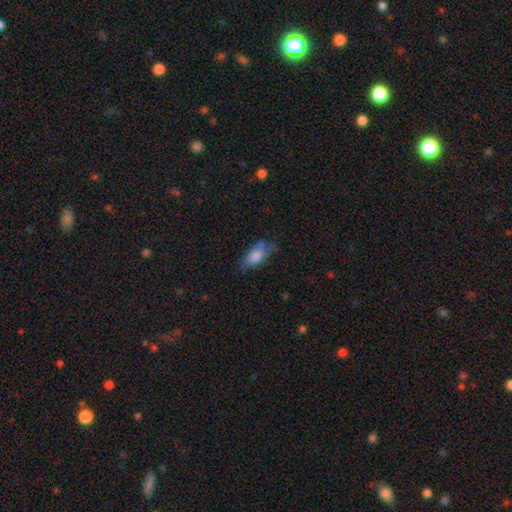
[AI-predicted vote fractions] Smooth or featured? Predicted: smooth (p=0.73). How rounded? Predicted: in between (p=0.83). Merging? Predicted: none (p=0.51).